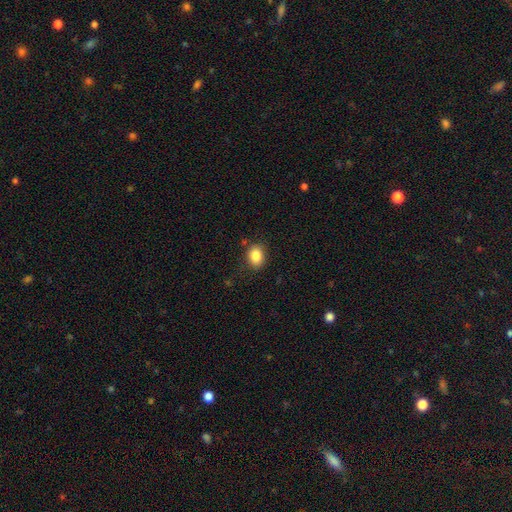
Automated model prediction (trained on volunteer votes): Smooth or featured: smooth — 85% (star or artifact — 9%)
How rounded: in between — 62% (round — 37%)
Merging: none — 84% (minor disturbance — 12%)